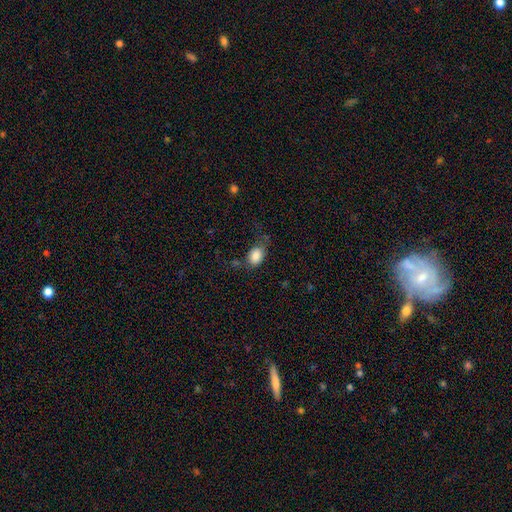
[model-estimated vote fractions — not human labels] Smooth or featured?
  - smooth: 85% *
  - star or artifact: 8%
  - featured or disk: 7%
How rounded?
  - in between: 77% *
  - round: 21%
  - cigar-shaped: 1%
Merging?
  - none: 51% *
  - minor disturbance: 28%
  - major disturbance: 16%
  - merger: 5%